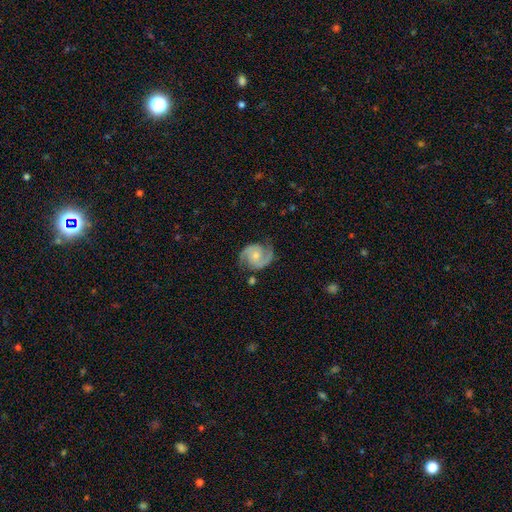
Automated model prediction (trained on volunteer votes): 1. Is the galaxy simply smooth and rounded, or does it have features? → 89% featured or disk, 6% smooth, 5% star or artifact.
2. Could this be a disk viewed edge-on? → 98% no, 2% yes.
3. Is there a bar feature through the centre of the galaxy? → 65% no, 28% weak, 7% strong.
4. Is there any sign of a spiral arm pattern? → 98% yes, 2% no.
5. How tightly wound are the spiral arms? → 57% medium, 25% tight, 18% loose.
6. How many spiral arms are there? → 93% 2, 2% can't tell, 1% 3, 1% 1, 1% 4, 1% more than 4.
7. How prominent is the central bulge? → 54% small, 41% moderate, 3% none, 2% large, 1% dominant.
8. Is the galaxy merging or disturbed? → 80% none, 14% minor disturbance, 5% major disturbance, 2% merger.